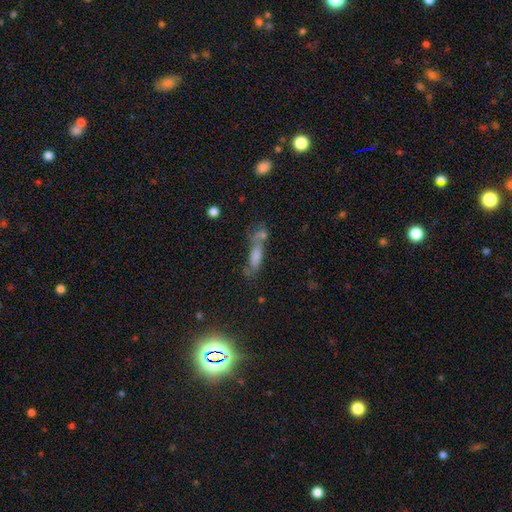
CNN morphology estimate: Smooth or featured? Predicted: smooth (p=0.54). How rounded? Predicted: cigar-shaped (p=0.56). Merging? Predicted: none (p=0.40).